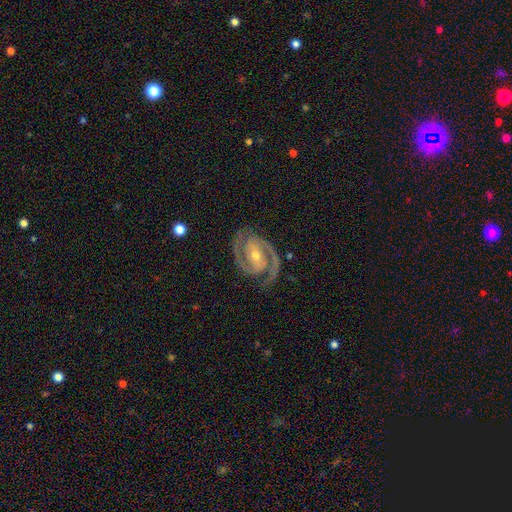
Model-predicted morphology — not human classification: Smooth or featured: featured or disk — 93% (star or artifact — 4%)
Edge-on disk: no — 98% (yes — 2%)
Bar: weak — 36% (strong — 32%)
Spiral arms: yes — 99% (no — 1%)
Spiral winding: tight — 50% (medium — 45%)
Spiral arm count: 2 — 93% (3 — 2%)
Bulge size: small — 49% (moderate — 47%)
Merging: none — 83% (minor disturbance — 12%)